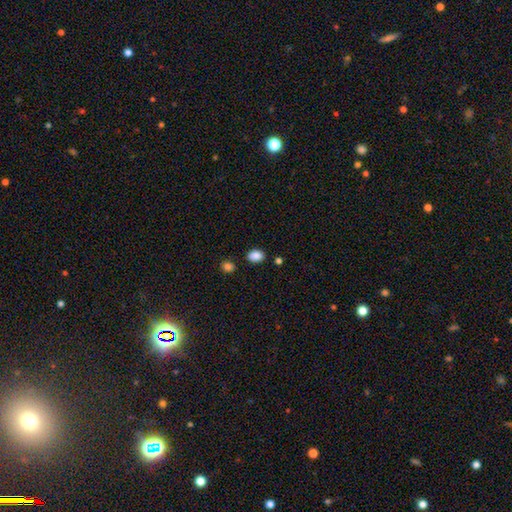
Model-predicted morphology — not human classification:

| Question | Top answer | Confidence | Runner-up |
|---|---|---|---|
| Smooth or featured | smooth | 88% | star or artifact (9%) |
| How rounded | in between | 74% | round (25%) |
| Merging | none | 82% | minor disturbance (11%) |